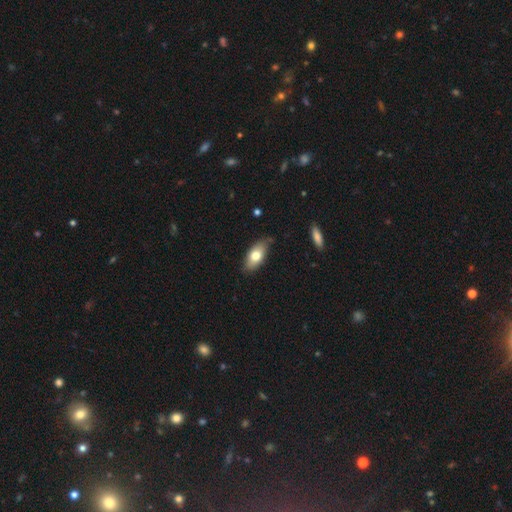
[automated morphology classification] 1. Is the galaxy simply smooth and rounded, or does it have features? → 72% smooth, 21% featured or disk, 7% star or artifact.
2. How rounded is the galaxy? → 87% in between, 9% cigar-shaped, 4% round.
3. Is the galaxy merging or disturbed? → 75% none, 20% minor disturbance, 3% major disturbance, 2% merger.